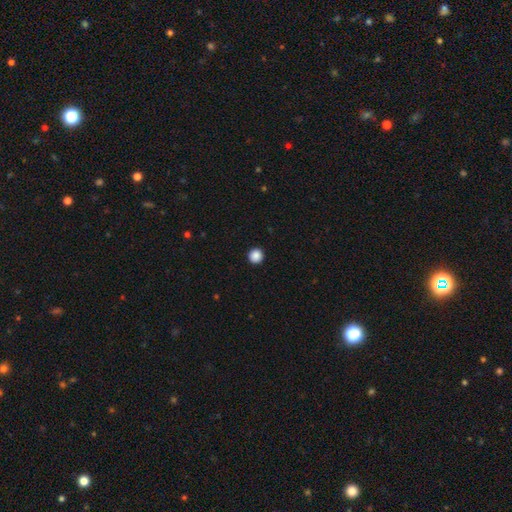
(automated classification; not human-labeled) Q: Smooth or featured?
A: smooth (88%); runner-up: star or artifact (10%)
Q: How rounded?
A: round (96%); runner-up: in between (3%)
Q: Merging?
A: none (94%); runner-up: minor disturbance (4%)